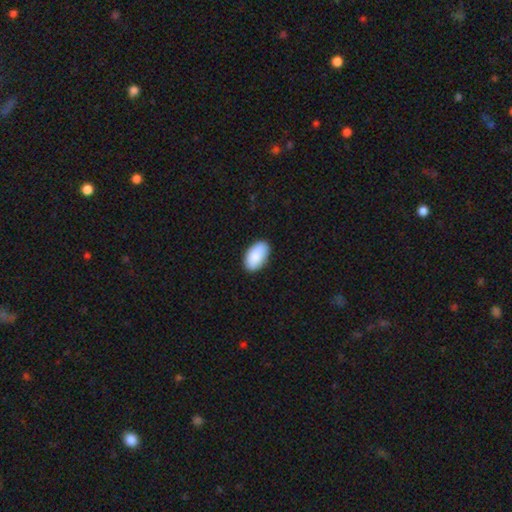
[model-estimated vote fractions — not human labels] This is clearly a smooth galaxy (90%). How rounded: clearly in between (95%). Merging: clearly none (86%).